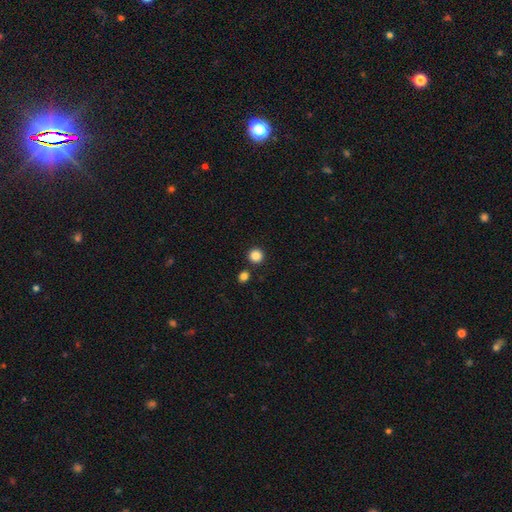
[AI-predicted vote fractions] Smooth or featured?
  - smooth: 86% *
  - star or artifact: 11%
  - featured or disk: 3%
How rounded?
  - round: 94% *
  - in between: 5%
  - cigar-shaped: 1%
Merging?
  - none: 87% *
  - merger: 6%
  - minor disturbance: 5%
  - major disturbance: 2%